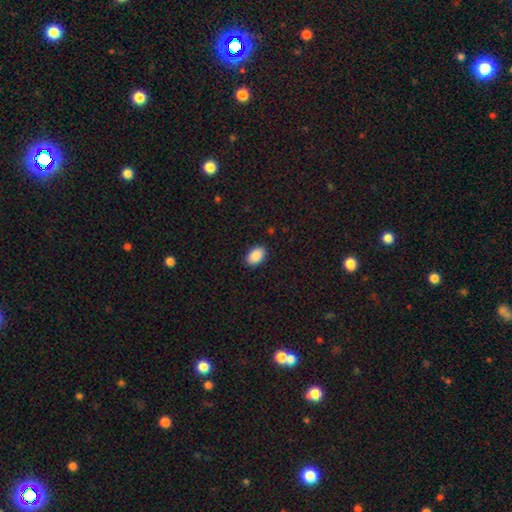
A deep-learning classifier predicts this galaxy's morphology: This is clearly a smooth galaxy (90%). How rounded: clearly in between (90%). Merging: clearly none (89%).